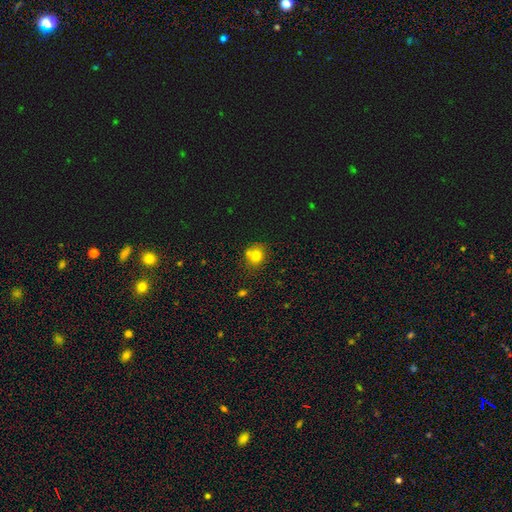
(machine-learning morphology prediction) Smooth or featured? Predicted: smooth (p=0.74). How rounded? Predicted: round (p=0.80). Merging? Predicted: none (p=0.59).